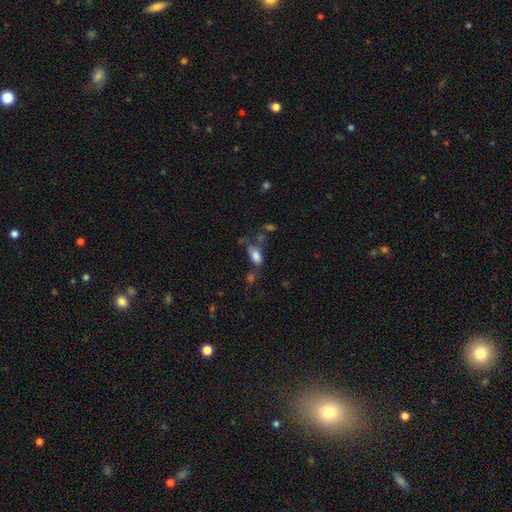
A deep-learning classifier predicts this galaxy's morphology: Smooth or featured?
  - smooth: 78% *
  - featured or disk: 12%
  - star or artifact: 10%
How rounded?
  - in between: 89% *
  - cigar-shaped: 6%
  - round: 5%
Merging?
  - none: 46% *
  - minor disturbance: 22%
  - merger: 17%
  - major disturbance: 15%